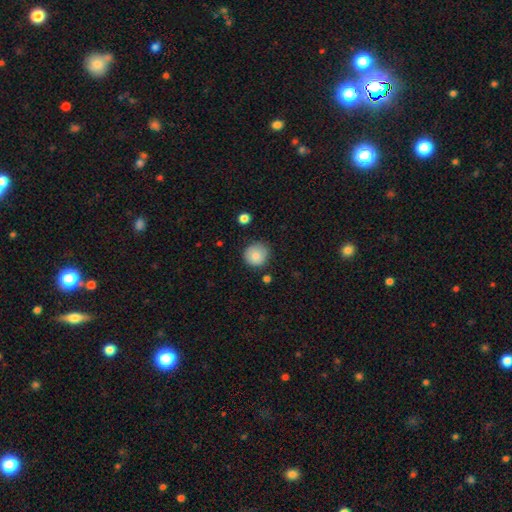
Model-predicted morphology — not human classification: type=smooth (84%); roundness=round (92%); merging=none (81%).